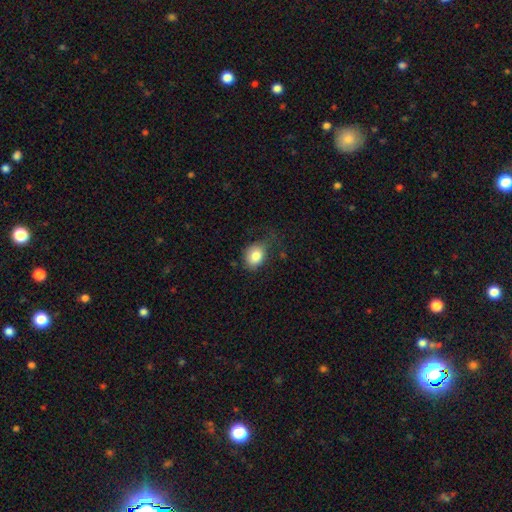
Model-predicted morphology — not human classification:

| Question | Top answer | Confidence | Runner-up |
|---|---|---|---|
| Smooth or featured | smooth | 83% | star or artifact (9%) |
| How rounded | in between | 55% | round (44%) |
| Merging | none | 54% | minor disturbance (31%) |